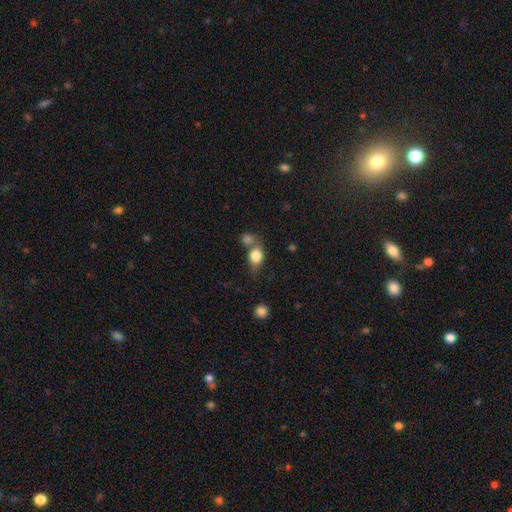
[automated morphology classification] type=smooth (82%); roundness=in between (62%); merging=merger (40%).